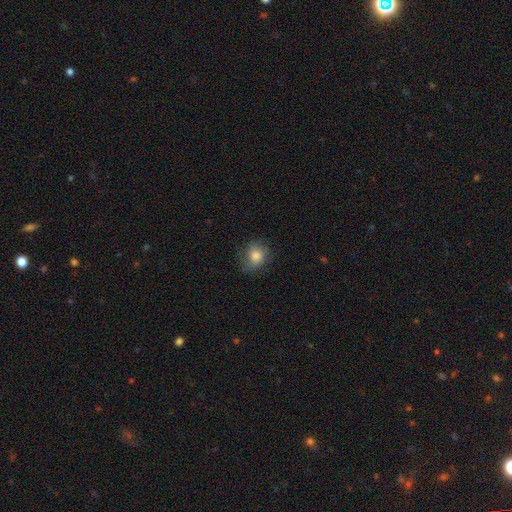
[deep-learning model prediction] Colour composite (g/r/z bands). It shows a smooth galaxy with no disk features (77%) that is round (64%). Merging: none (66%).